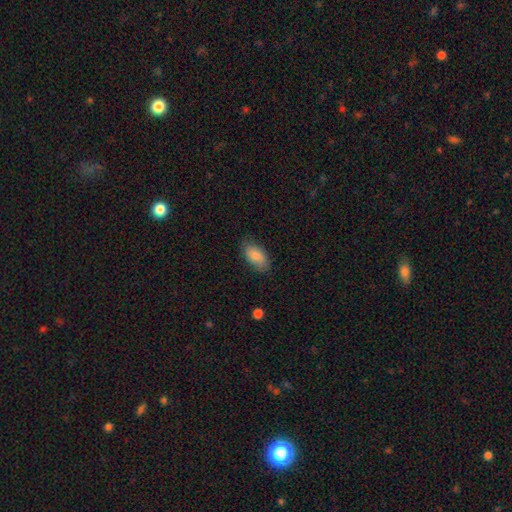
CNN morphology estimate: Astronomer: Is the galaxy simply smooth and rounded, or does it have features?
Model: smooth — 84%.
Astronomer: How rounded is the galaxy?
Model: in between — 93%.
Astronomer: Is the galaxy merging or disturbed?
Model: none — 80%.